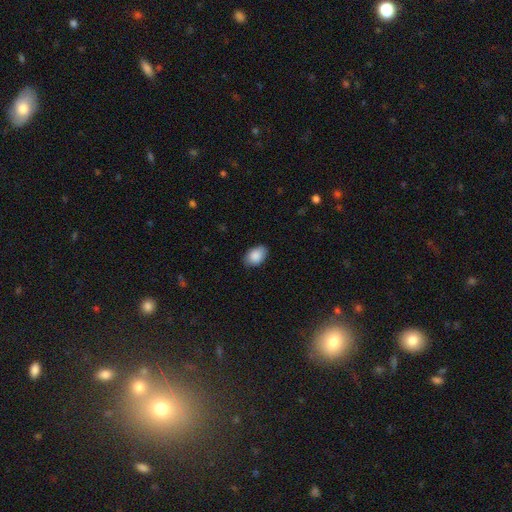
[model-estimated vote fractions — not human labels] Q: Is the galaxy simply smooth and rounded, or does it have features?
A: smooth — 89%.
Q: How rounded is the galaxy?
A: in between — 86%.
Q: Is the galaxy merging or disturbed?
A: none — 80%.